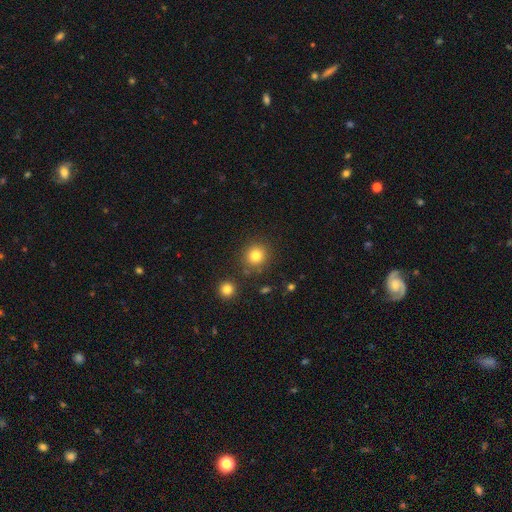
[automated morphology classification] Smooth or featured? Predicted: smooth (p=0.82). How rounded? Predicted: round (p=0.89). Merging? Predicted: none (p=0.84).